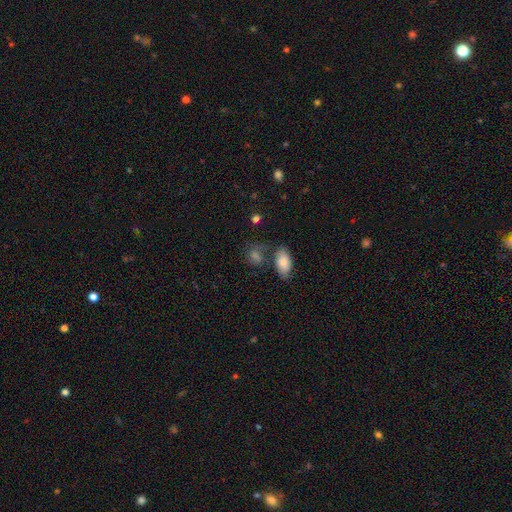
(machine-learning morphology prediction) A smooth galaxy with no disk features (67%) that is in between round and cigar-shaped (68%). Merging: none (50%).